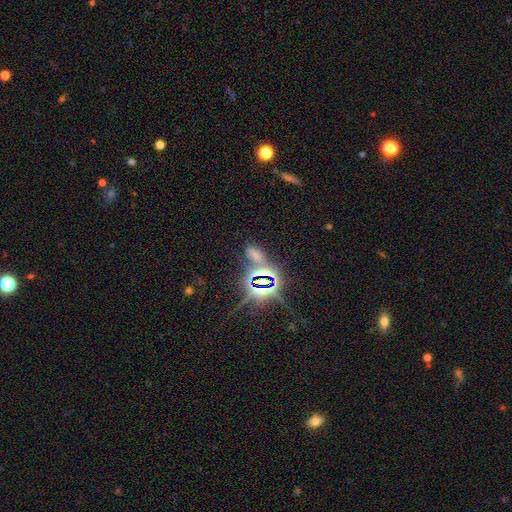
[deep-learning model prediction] star or artifact 58%, smooth 32%, featured or disk 10%.